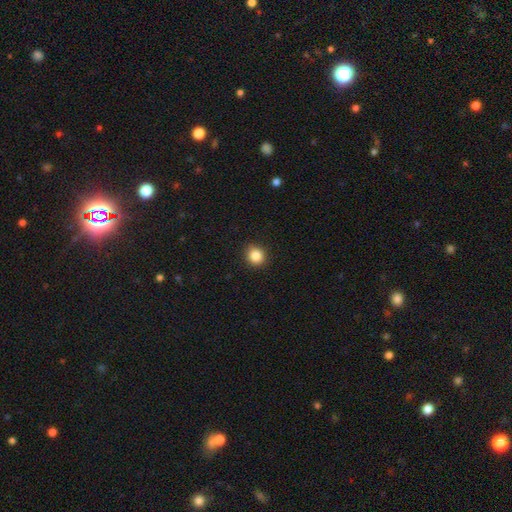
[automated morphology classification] Overall: smooth (85%). How rounded: round (88%). Merging: none (90%).